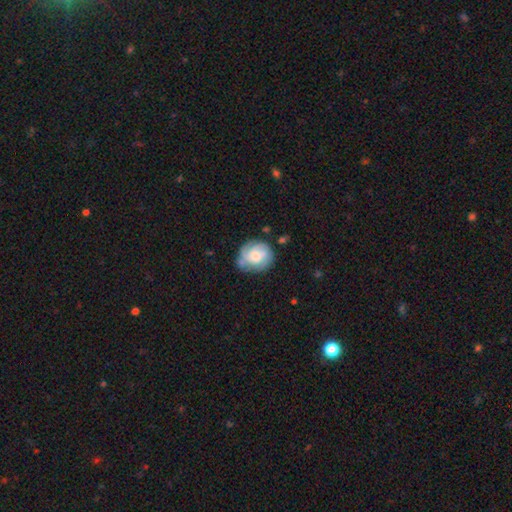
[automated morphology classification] smooth-or-featured: featured or disk: 61% | smooth: 32% | star or artifact: 7%
  disk-edge-on: no: 97% | yes: 3%
    bar: no: 69% | weak: 27% | strong: 4%
    has-spiral-arms: yes: 86% | no: 14%
      spiral-winding: tight: 58% | medium: 31% | loose: 10%
      spiral-arm-count: can't tell: 35% | 3: 25% | 2: 24% | 4: 7% | 1: 6% | more than 4: 4%
    bulge-size: moderate: 47% | small: 34% | large: 12% | none: 6% | dominant: 2%
  merging: none: 65% | minor disturbance: 22% | major disturbance: 8% | merger: 4%